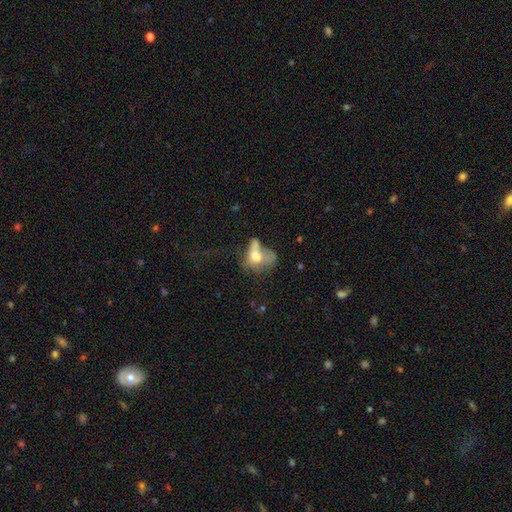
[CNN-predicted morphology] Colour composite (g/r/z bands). It shows a smooth galaxy with no disk features (57%) that is in between round and cigar-shaped (72%). Merging: major disturbance (42%).